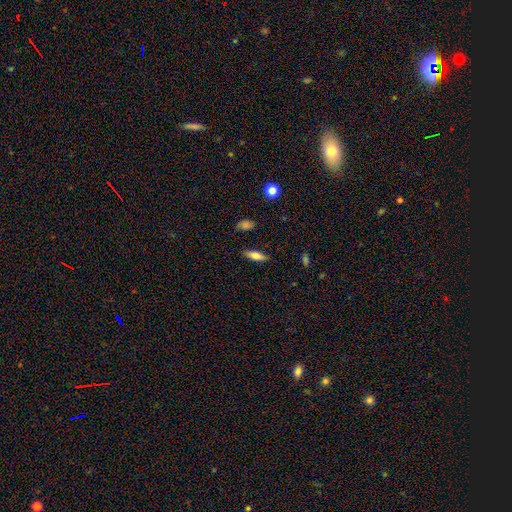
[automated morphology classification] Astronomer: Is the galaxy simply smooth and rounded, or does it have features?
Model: smooth — 71%.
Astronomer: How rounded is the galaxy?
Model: in between — 59% (runner-up: cigar-shaped, 39%).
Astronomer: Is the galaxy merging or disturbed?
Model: none — 84%.